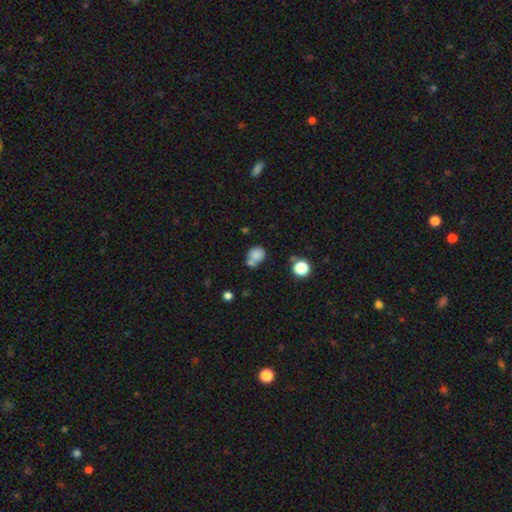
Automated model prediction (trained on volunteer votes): Q: Smooth or featured?
A: smooth (79%); runner-up: star or artifact (11%)
Q: How rounded?
A: round (63%); runner-up: in between (36%)
Q: Merging?
A: none (43%); runner-up: merger (34%)